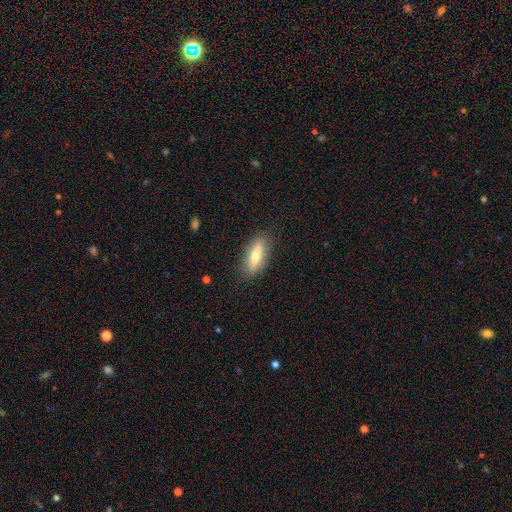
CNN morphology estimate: This is likely a smooth galaxy (65%). How rounded: likely in between (60%). Merging: clearly none (84%).